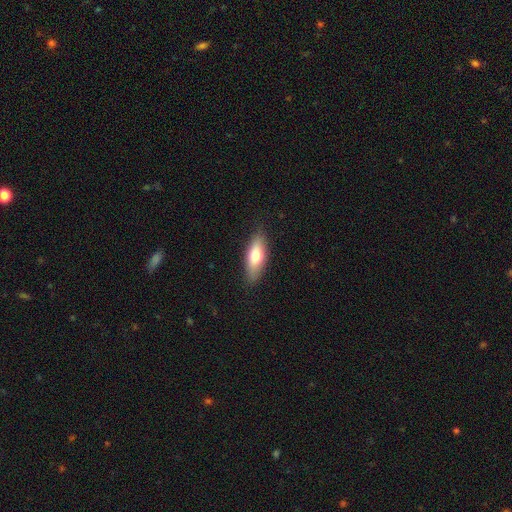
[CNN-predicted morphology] This appears to be a smooth galaxy with no disk features (69%) that is in between round and cigar-shaped (68%). Merging: none (85%).